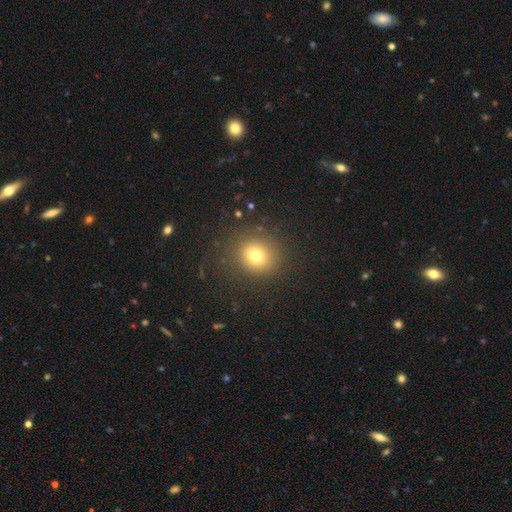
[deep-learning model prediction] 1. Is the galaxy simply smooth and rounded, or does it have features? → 75% smooth, 16% star or artifact, 10% featured or disk.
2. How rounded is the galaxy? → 83% round, 16% in between, 1% cigar-shaped.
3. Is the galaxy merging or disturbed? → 86% none, 8% minor disturbance, 4% major disturbance, 1% merger.